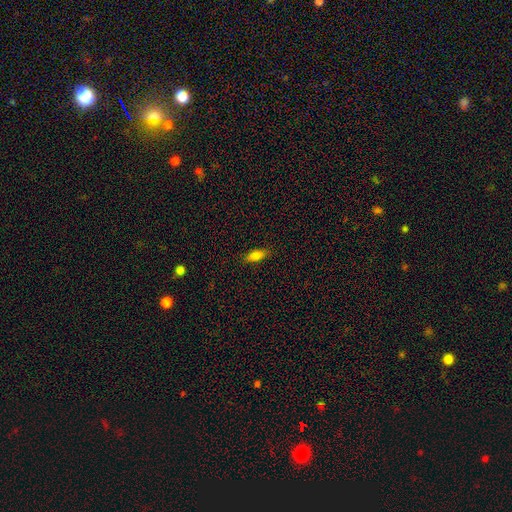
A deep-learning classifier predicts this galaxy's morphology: Smooth or featured: smooth — 82% (star or artifact — 9%)
How rounded: in between — 76% (cigar-shaped — 21%)
Merging: none — 85% (minor disturbance — 11%)